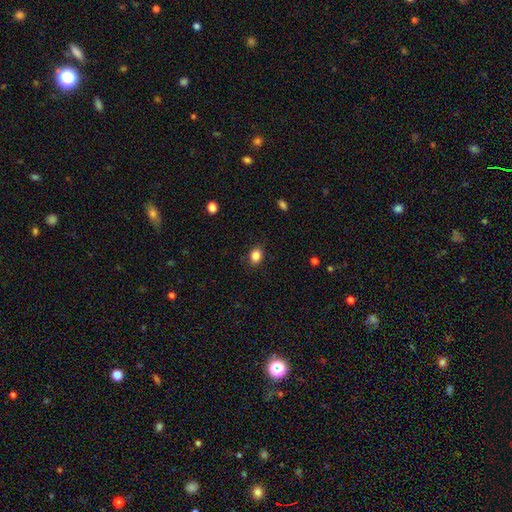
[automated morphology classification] type=smooth (86%); roundness=in between (65%); merging=none (85%).